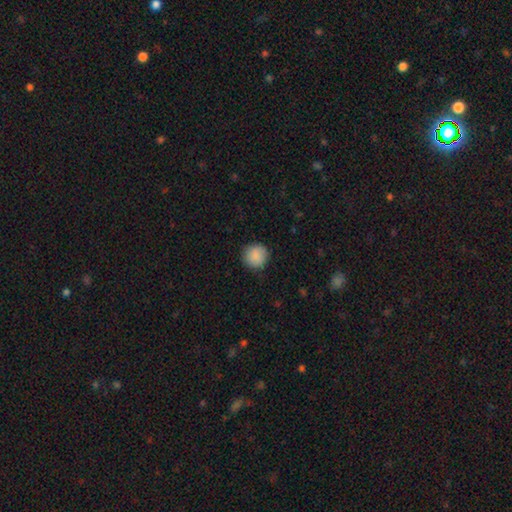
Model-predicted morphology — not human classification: Q: Smooth or featured?
A: smooth (89%); runner-up: star or artifact (7%)
Q: How rounded?
A: round (93%); runner-up: in between (6%)
Q: Merging?
A: none (88%); runner-up: minor disturbance (9%)